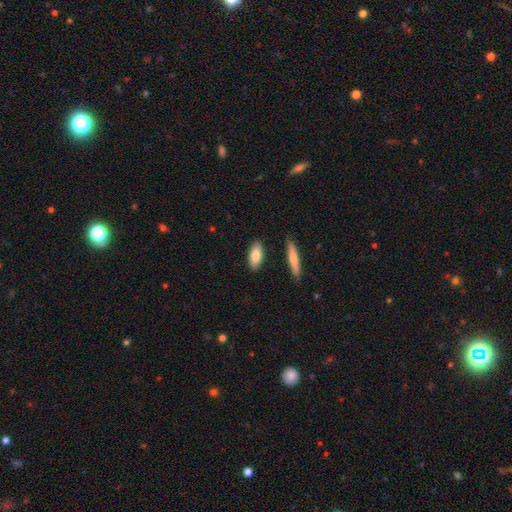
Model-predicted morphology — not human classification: Smooth or featured? Predicted: smooth (p=0.82). How rounded? Predicted: in between (p=0.79). Merging? Predicted: none (p=0.86).